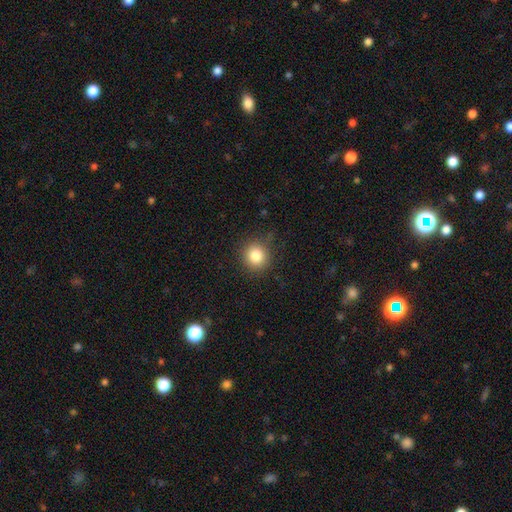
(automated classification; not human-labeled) Morphology: type=smooth (83%); roundness=round (90%); merging=none (87%).